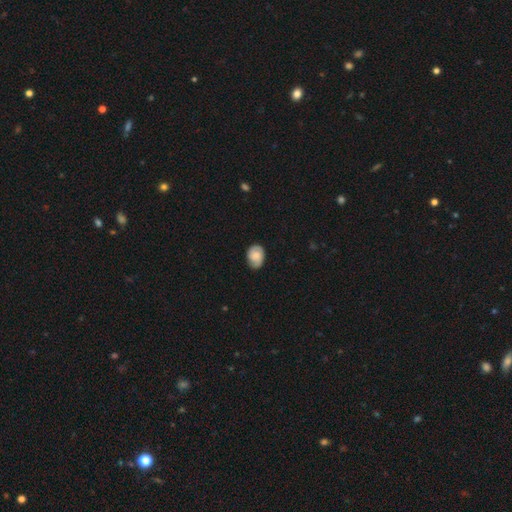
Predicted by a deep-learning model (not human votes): A smooth galaxy with no disk features (59%) that is in between round and cigar-shaped (70%). Merging: none (77%).